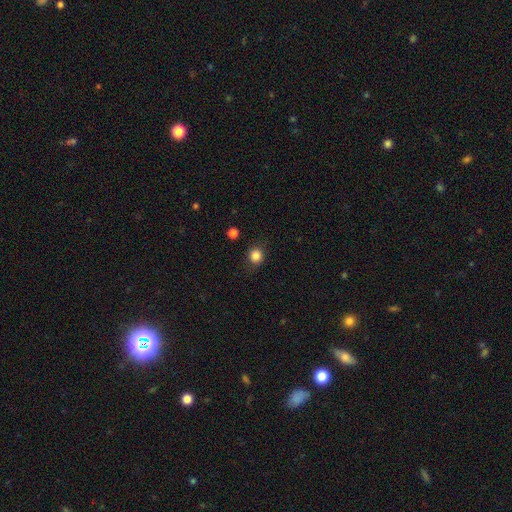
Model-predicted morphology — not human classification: type=smooth (84%); roundness=round (88%); merging=none (87%).